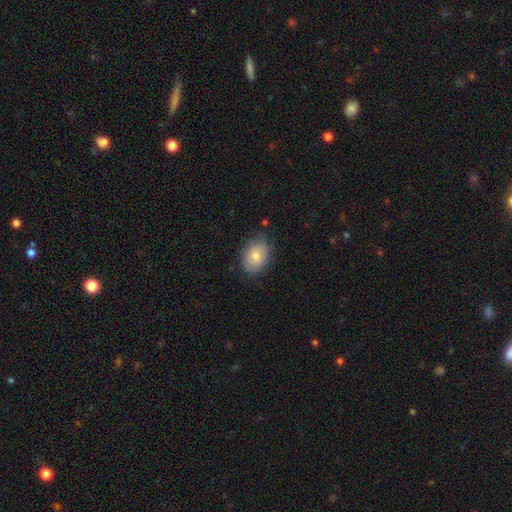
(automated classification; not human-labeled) This is likely a smooth galaxy (77%). How rounded: likely in between (72%). Merging: likely none (78%).